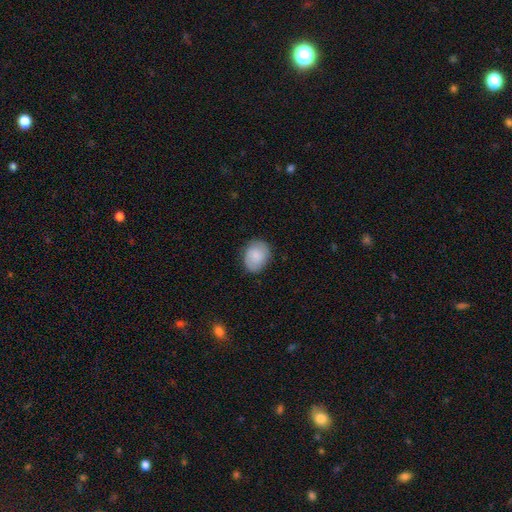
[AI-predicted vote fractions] This appears to be a smooth galaxy with no disk features (77%) that is in between round and cigar-shaped (51%). Merging: none (79%).